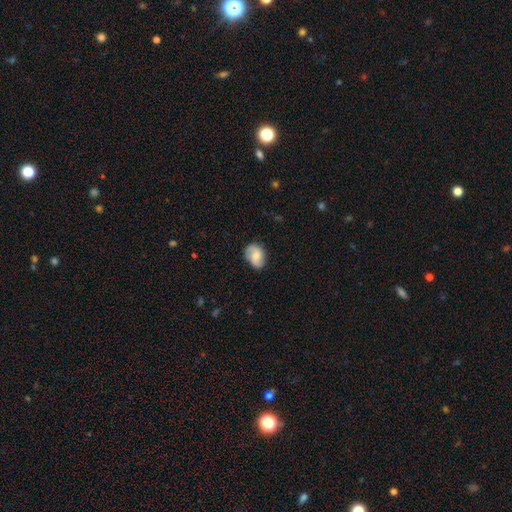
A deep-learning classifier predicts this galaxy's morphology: featured or disk 49%, smooth 43%, star or artifact 8%. Down the decision tree: merging — none (77%).